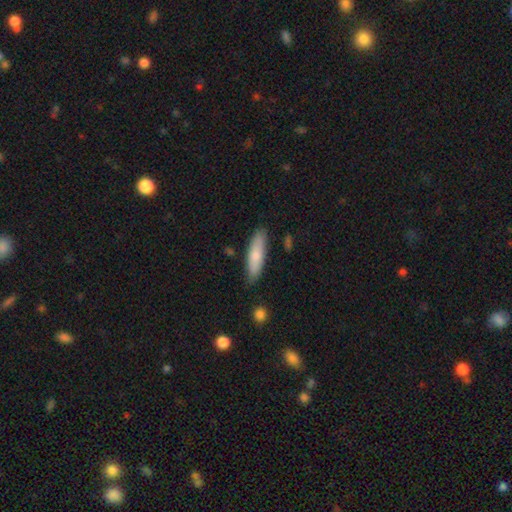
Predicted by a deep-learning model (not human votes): smooth-or-featured: smooth: 75% | featured or disk: 20% | star or artifact: 6%
  how-rounded: cigar-shaped: 63% | in between: 36% | round: 2%
  merging: none: 84% | minor disturbance: 12% | major disturbance: 2% | merger: 2%